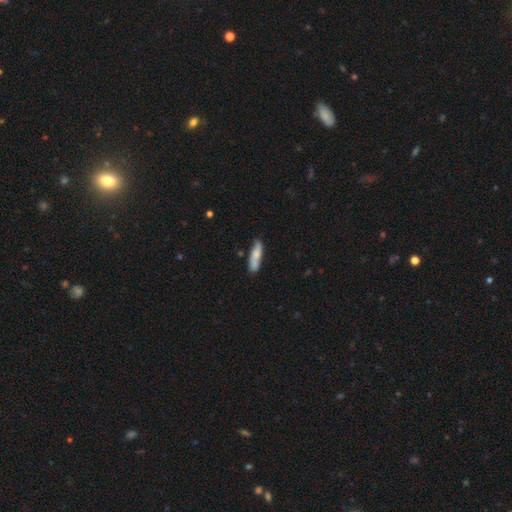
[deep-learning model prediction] Smooth or featured?
  - smooth: 65% *
  - featured or disk: 29%
  - star or artifact: 6%
How rounded?
  - cigar-shaped: 68% *
  - in between: 30%
  - round: 2%
Merging?
  - none: 75% *
  - minor disturbance: 18%
  - merger: 4%
  - major disturbance: 3%